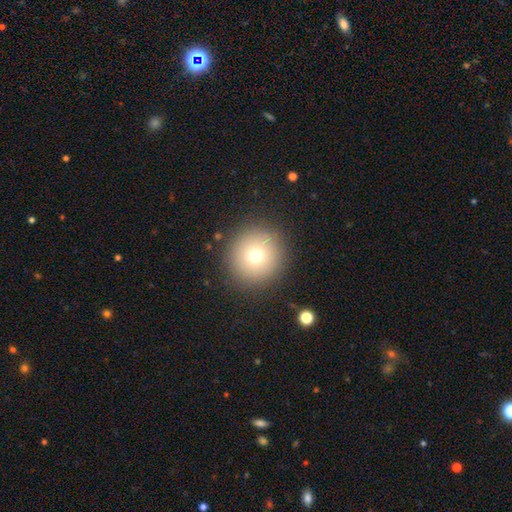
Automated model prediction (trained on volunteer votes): Overall: smooth (71%). How rounded: round (96%). Merging: none (89%).